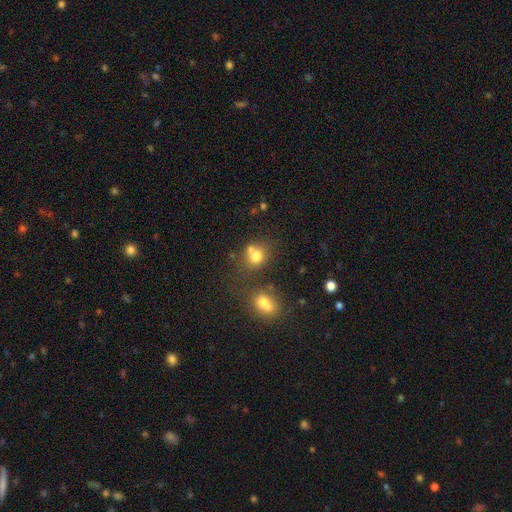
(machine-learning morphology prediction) Smooth or featured: smooth — 74% (star or artifact — 14%)
How rounded: round — 68% (in between — 31%)
Merging: none — 50% (merger — 33%)